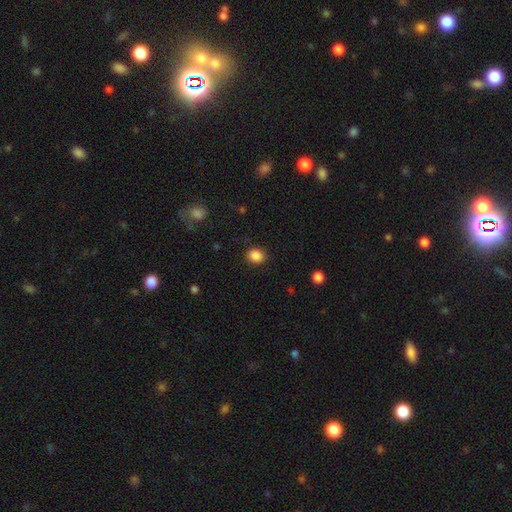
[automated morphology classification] This is clearly a smooth galaxy (87%). How rounded: likely round (69%). Merging: clearly none (88%).